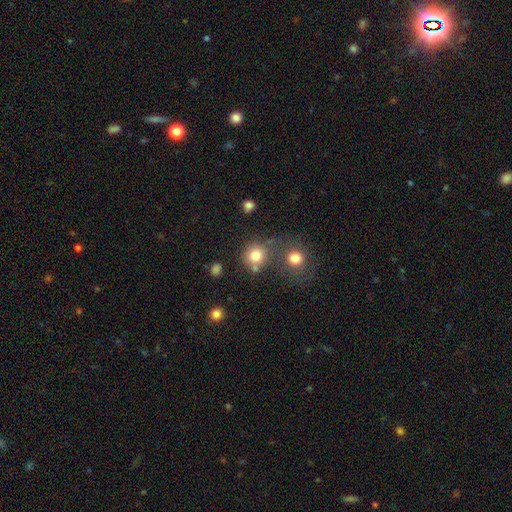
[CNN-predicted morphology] Q: Smooth or featured?
A: smooth (80%); runner-up: star or artifact (13%)
Q: How rounded?
A: round (89%); runner-up: in between (10%)
Q: Merging?
A: none (61%); runner-up: merger (23%)